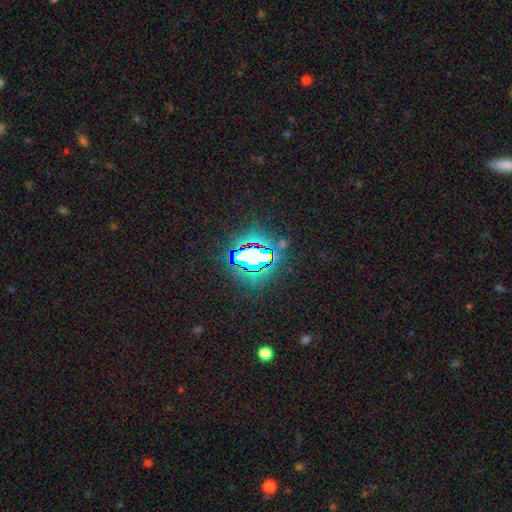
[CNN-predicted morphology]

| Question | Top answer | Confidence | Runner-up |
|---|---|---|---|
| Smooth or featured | star or artifact | 74% | smooth (15%) |